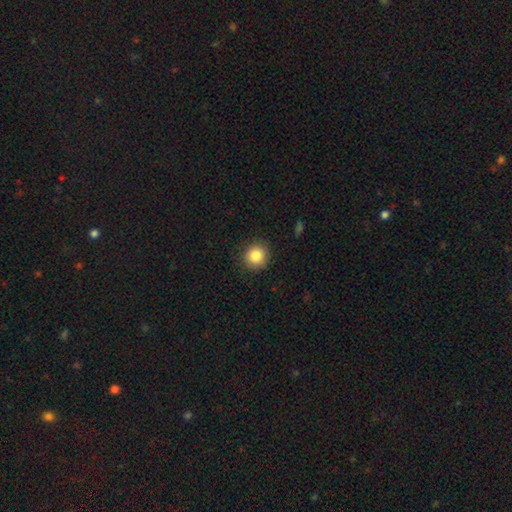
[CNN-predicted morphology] Q: Smooth or featured?
A: smooth (85%); runner-up: star or artifact (10%)
Q: How rounded?
A: round (91%); runner-up: in between (8%)
Q: Merging?
A: none (90%); runner-up: minor disturbance (7%)